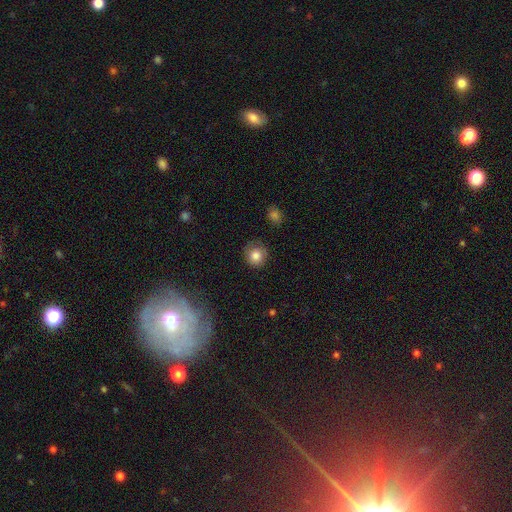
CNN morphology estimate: This is clearly a smooth galaxy (83%). How rounded: clearly round (90%). Merging: clearly none (80%).